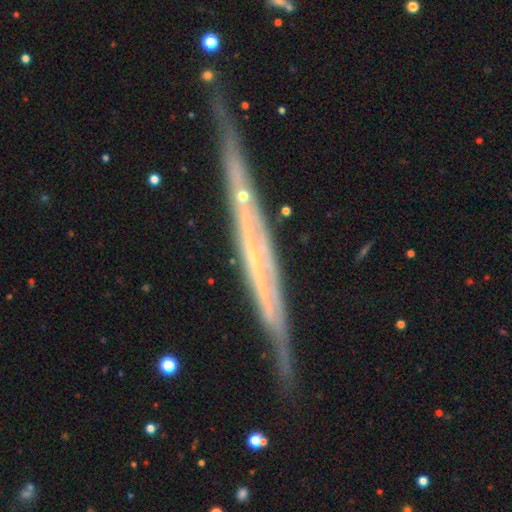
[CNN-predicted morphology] Smooth or featured: featured or disk — 81% (smooth — 12%)
Edge-on disk: yes — 90% (no — 10%)
Edge-on bulge: none — 73% (rounded — 17%)
Merging: none — 75% (minor disturbance — 18%)